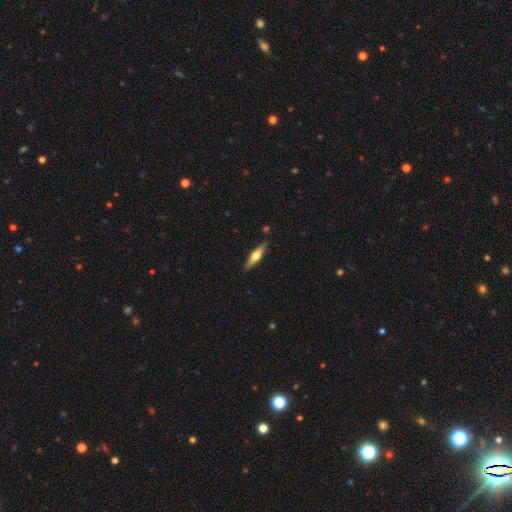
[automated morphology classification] This appears to be a featured or disk galaxy (52%) viewed edge-on (92%). Merging: none (87%).